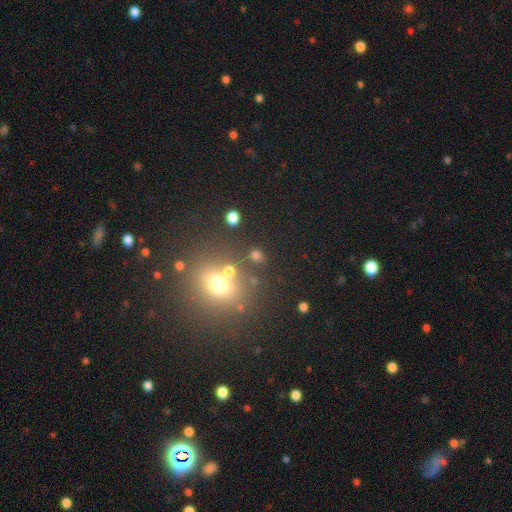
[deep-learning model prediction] This appears to be a smooth galaxy with no disk features (58%) that is round (71%). Merging: none (72%).